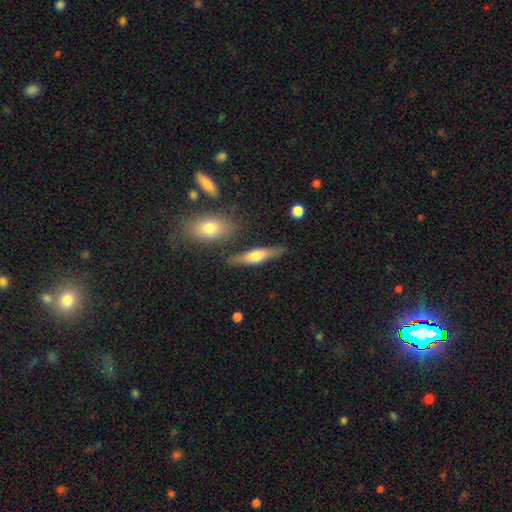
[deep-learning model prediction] This is possibly a featured or disk galaxy (50%). It is clearly viewed edge-on (91%). Merging: clearly none (80%).